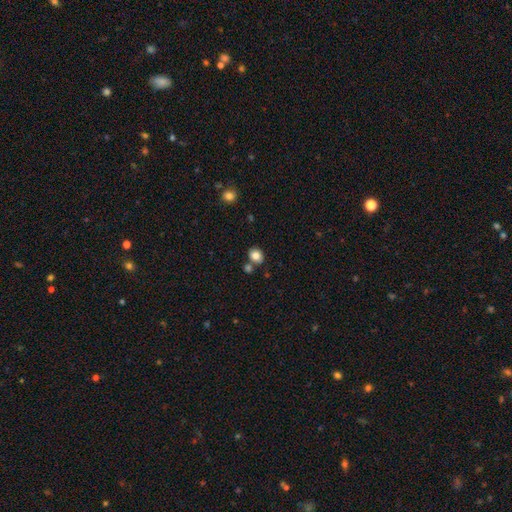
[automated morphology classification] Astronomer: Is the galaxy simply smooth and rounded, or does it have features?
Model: smooth — 82%.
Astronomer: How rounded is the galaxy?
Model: round — 62% (runner-up: in between, 37%).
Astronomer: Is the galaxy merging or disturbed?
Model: none — 71%.